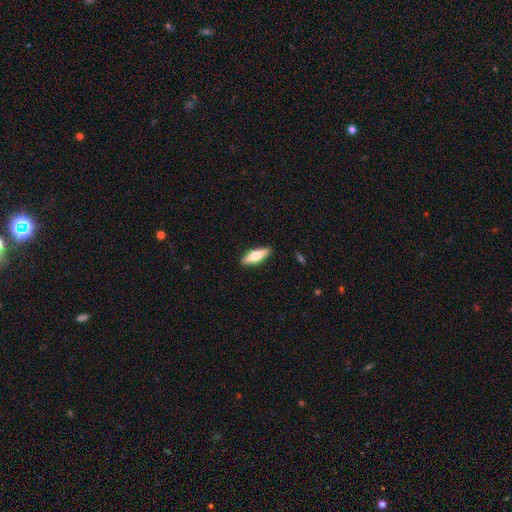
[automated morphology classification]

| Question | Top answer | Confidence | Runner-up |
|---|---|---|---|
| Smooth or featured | smooth | 49% | featured or disk (46%) |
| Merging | none | 90% | minor disturbance (7%) |